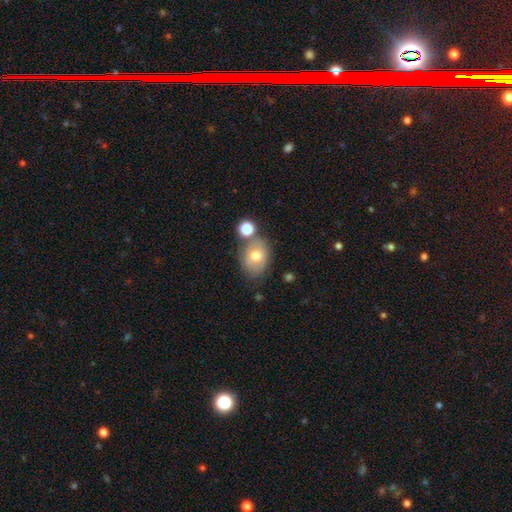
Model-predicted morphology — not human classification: This appears to be a smooth galaxy with no disk features (66%) that is in between round and cigar-shaped (65%). Merging: none (58%).